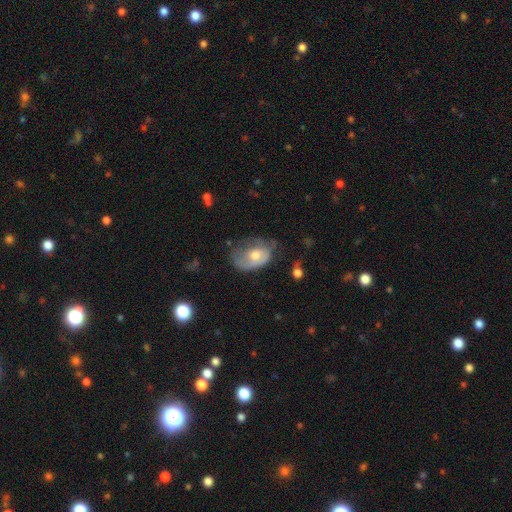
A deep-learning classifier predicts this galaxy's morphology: Smooth or featured: smooth — 49% (featured or disk — 43%)
Merging: none — 36% (minor disturbance — 33%)